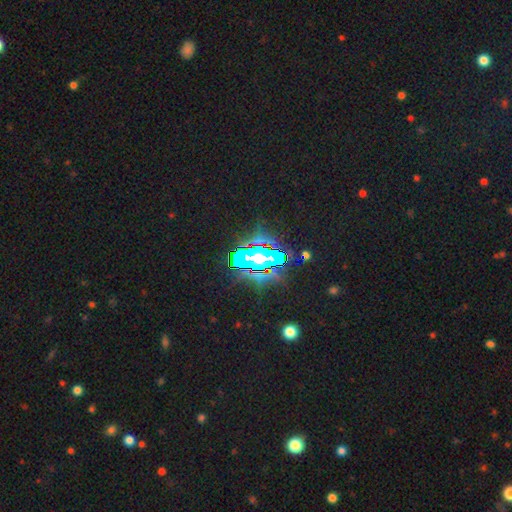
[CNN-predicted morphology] type=star or artifact (69%).